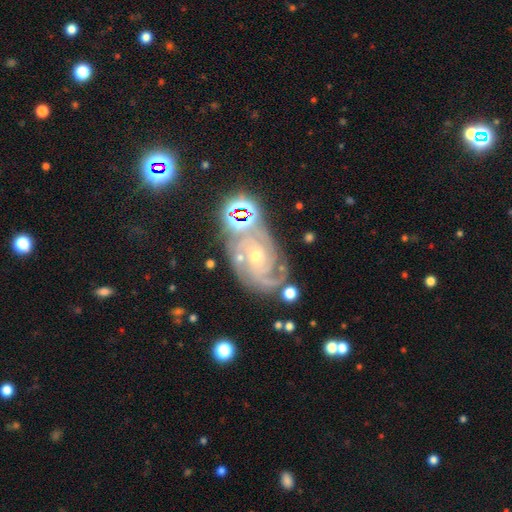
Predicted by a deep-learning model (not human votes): Smooth or featured? featured or disk (83%)
Edge-on disk? no (97%)
Bar? no (71%)
Spiral arms? yes (97%)
Spiral winding? tight (65%)
Spiral arm count? 3 (30%)
Bulge size? small (63%)
Merging? none (64%)